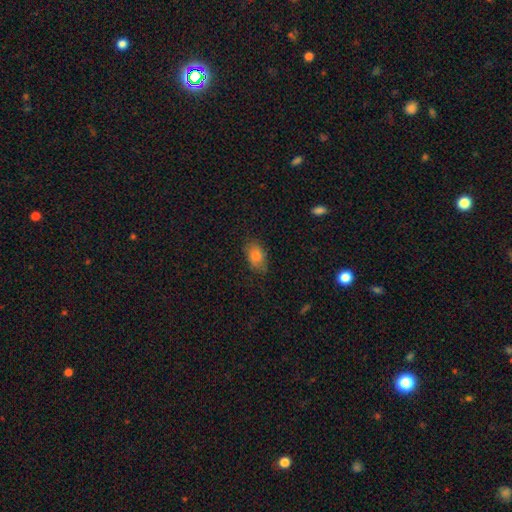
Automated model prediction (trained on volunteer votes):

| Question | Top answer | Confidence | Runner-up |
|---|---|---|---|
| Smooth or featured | smooth | 81% | featured or disk (11%) |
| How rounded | in between | 85% | round (13%) |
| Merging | none | 76% | minor disturbance (19%) |